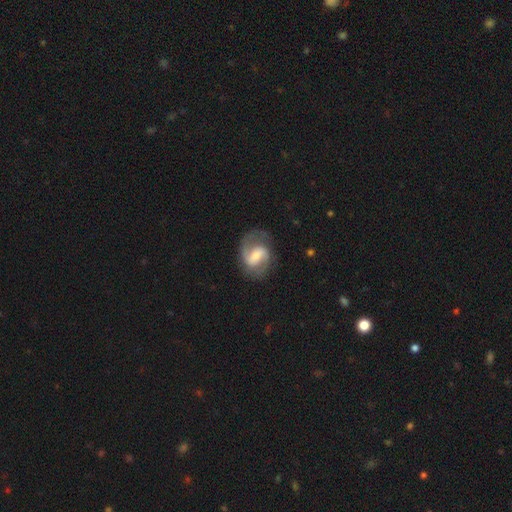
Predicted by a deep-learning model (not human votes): The model was most divided on "bulge size": moderate: 43%, small: 41%, large: 9%, none: 6%, dominant: 2%. Remaining: edge-on disk — no (98%); spiral arms — yes (94%); spiral arm count — 2 (86%); smooth or featured — featured or disk (80%); merging — none (70%); spiral winding — medium (52%); bar — weak (49%).